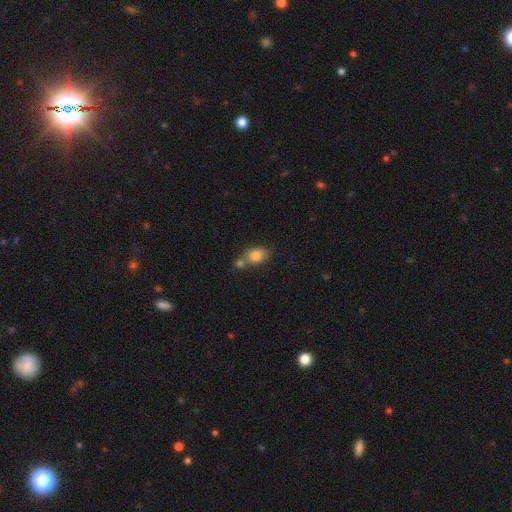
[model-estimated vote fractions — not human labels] Smooth or featured?
  - smooth: 82% *
  - star or artifact: 9%
  - featured or disk: 9%
How rounded?
  - in between: 70% *
  - round: 28%
  - cigar-shaped: 2%
Merging?
  - none: 46% *
  - merger: 37%
  - minor disturbance: 12%
  - major disturbance: 4%